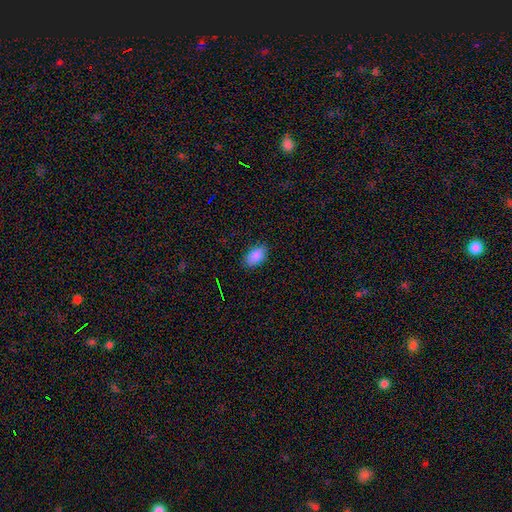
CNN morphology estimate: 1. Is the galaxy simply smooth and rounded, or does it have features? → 87% smooth, 9% star or artifact, 4% featured or disk.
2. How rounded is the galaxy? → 92% in between, 6% round, 2% cigar-shaped.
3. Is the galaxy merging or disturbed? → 83% none, 13% minor disturbance, 3% major disturbance, 1% merger.